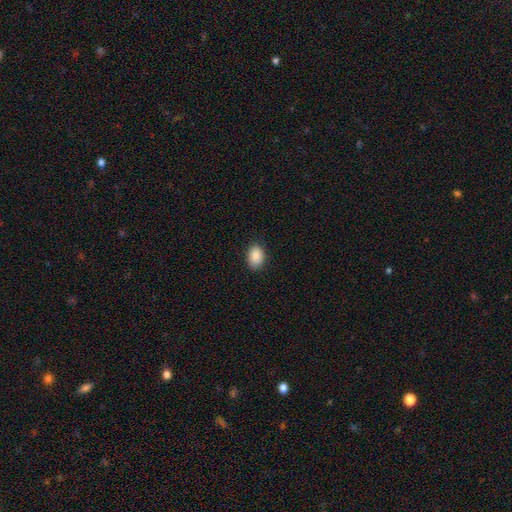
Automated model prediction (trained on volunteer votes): The model was most divided on "how rounded": in between: 83%, round: 16%, cigar-shaped: 1%. More confident: smooth or featured — smooth (89%); merging — none (86%).